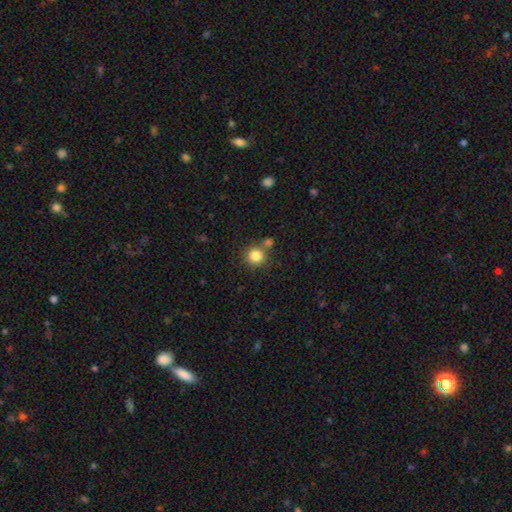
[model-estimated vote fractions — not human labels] This is clearly a smooth galaxy (83%). How rounded: clearly round (91%). Merging: likely none (70%).